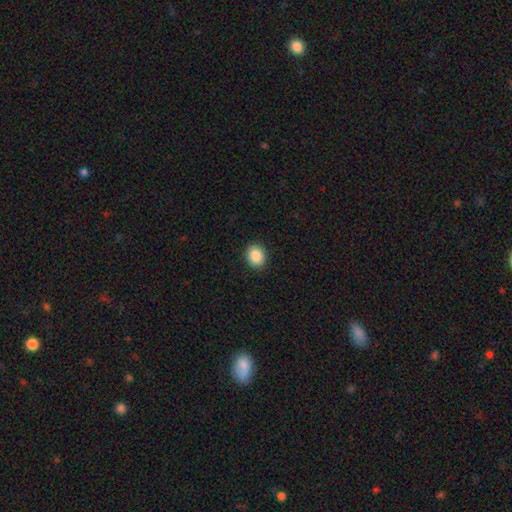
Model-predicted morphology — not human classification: Smooth or featured? Predicted: smooth (p=0.88). How rounded? Predicted: round (p=0.61). Merging? Predicted: none (p=0.91).